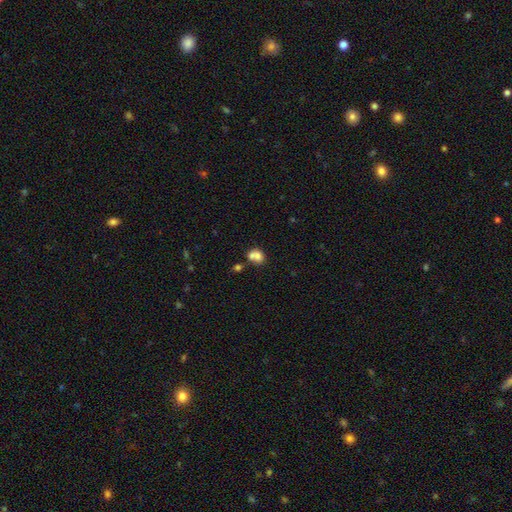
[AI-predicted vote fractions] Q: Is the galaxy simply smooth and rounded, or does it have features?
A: smooth — 74%.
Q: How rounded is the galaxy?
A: round — 58%.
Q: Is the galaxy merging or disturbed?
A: merger — 59%.